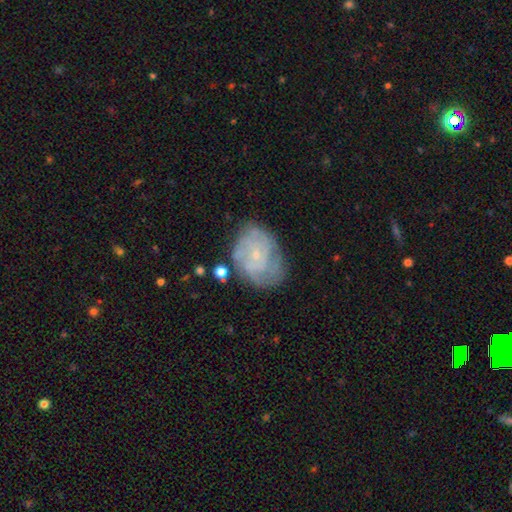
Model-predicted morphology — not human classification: Smooth or featured? featured or disk (69%)
Edge-on disk? no (97%)
Bar? no (76%)
Spiral arms? yes (82%)
Spiral winding? tight (60%)
Spiral arm count? can't tell (50%)
Bulge size? small (81%)
Merging? none (64%)